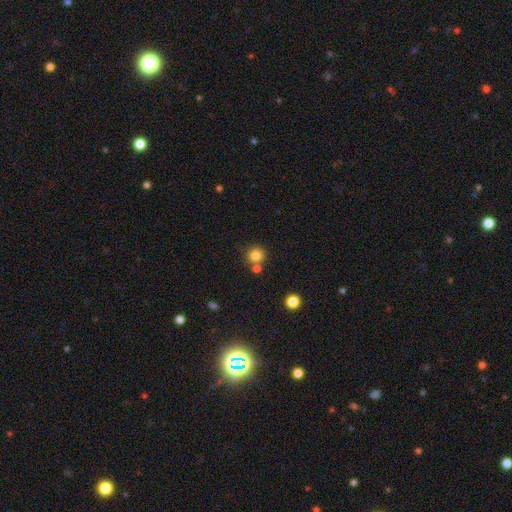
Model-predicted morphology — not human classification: Smooth or featured? smooth (81%)
How rounded? round (90%)
Merging? none (68%)